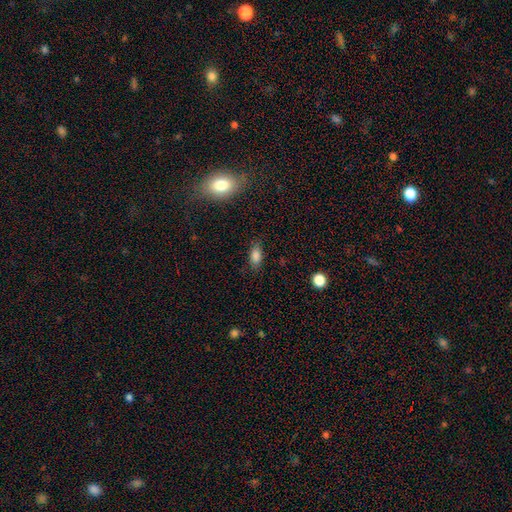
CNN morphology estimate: smooth_or_featured: smooth (p=0.83) [alt: star or artifact p=0.10]
how_rounded: in between (p=0.87) [alt: cigar-shaped p=0.07]
merging: none (p=0.81) [alt: minor disturbance p=0.14]